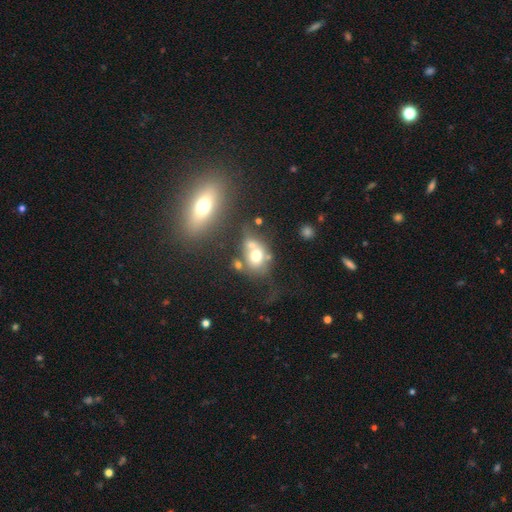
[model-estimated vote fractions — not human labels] Overall: smooth (61%; featured or disk 24%). How rounded: in between (51%; round 47%). Merging: merger (40%; none 32%).